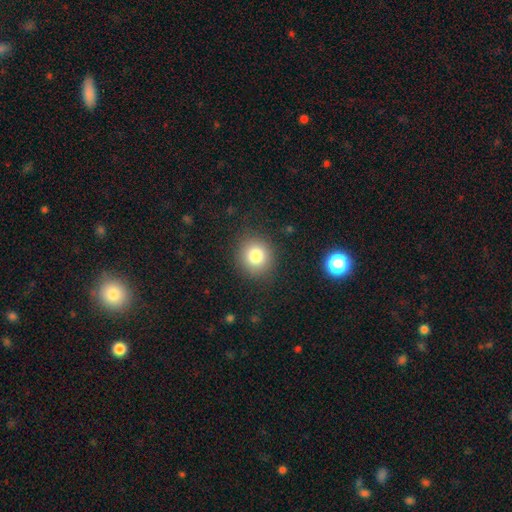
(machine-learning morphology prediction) This is clearly a smooth galaxy (80%). How rounded: clearly round (86%). Merging: clearly none (87%).